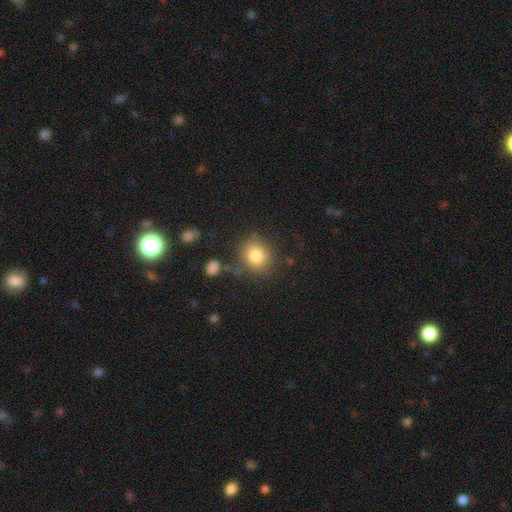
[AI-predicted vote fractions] Smooth or featured? Predicted: smooth (p=0.82). How rounded? Predicted: round (p=0.76). Merging? Predicted: none (p=0.80).